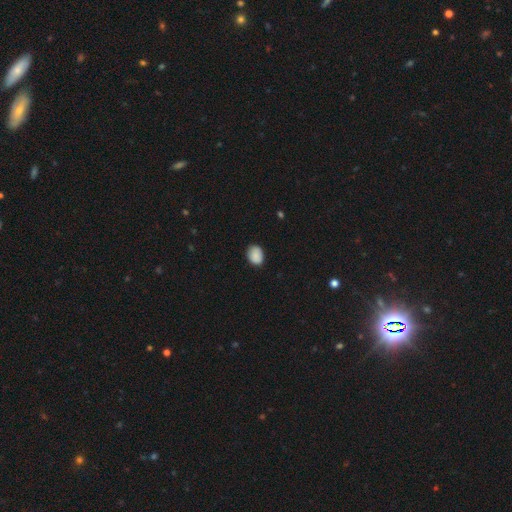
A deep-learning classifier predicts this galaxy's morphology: Q: Smooth or featured?
A: smooth (88%); runner-up: star or artifact (8%)
Q: How rounded?
A: in between (62%); runner-up: round (37%)
Q: Merging?
A: none (80%); runner-up: minor disturbance (16%)